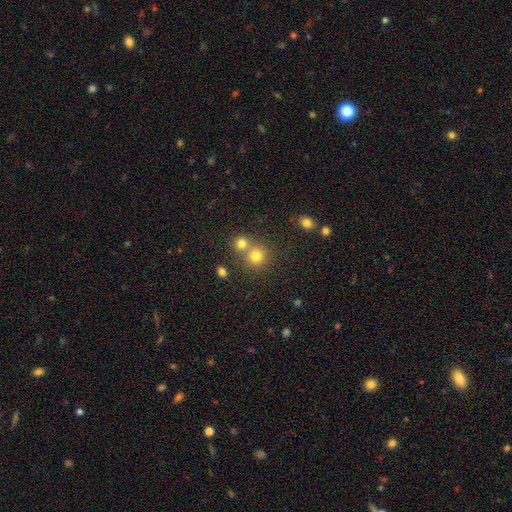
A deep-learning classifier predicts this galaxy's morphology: This is likely a smooth galaxy (78%). How rounded: clearly round (88%). Merging: possibly none (54%).